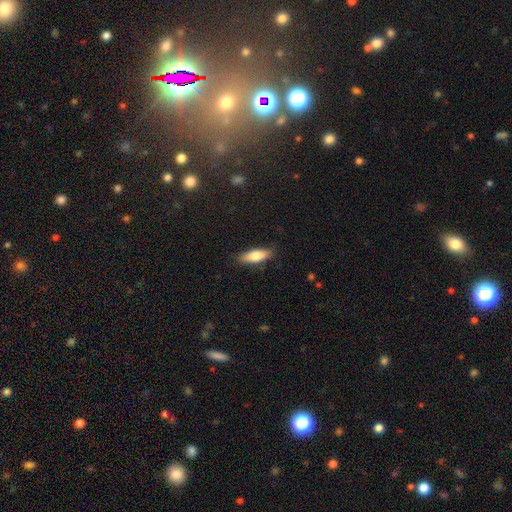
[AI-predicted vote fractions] This appears to be a smooth galaxy with no disk features (80%) that is in between round and cigar-shaped (61%). Merging: none (84%).